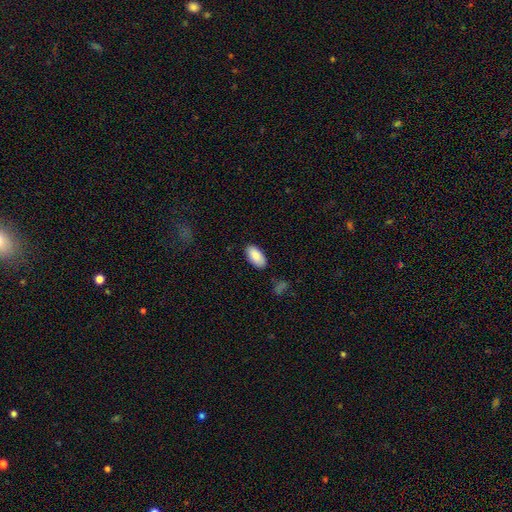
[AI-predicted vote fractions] smooth 87%, featured or disk 7%, star or artifact 6%. Down the decision tree: how rounded — in between (95%); merging — none (86%).